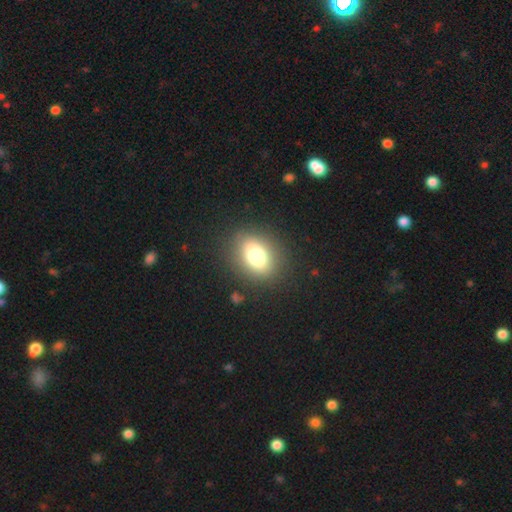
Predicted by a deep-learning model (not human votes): Smooth or featured: smooth — 73% (featured or disk — 14%)
How rounded: in between — 56% (round — 42%)
Merging: none — 86% (minor disturbance — 9%)